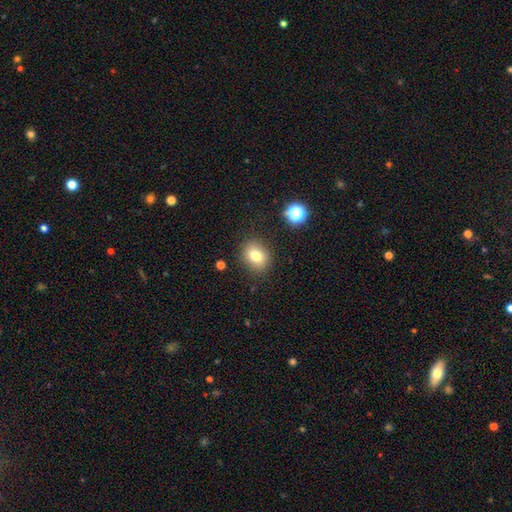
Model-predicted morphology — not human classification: The model was most divided on "how rounded": round: 55%, in between: 44%, cigar-shaped: 1%. More confident: merging — none (84%); smooth or featured — smooth (78%).